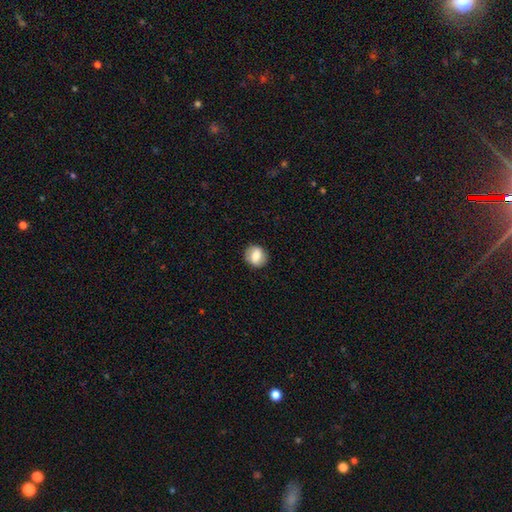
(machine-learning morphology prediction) Smooth or featured? Predicted: smooth (p=0.68). How rounded? Predicted: round (p=0.80). Merging? Predicted: none (p=0.88).